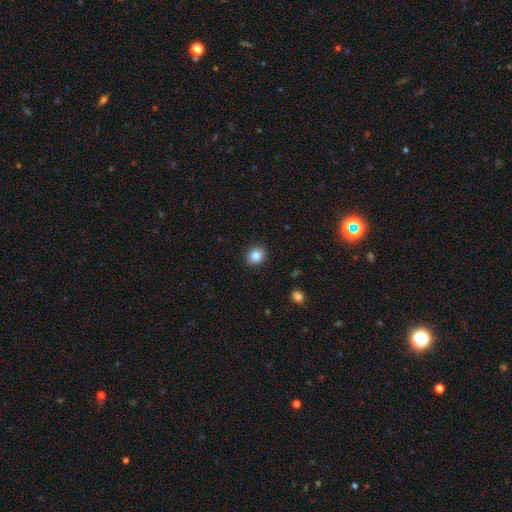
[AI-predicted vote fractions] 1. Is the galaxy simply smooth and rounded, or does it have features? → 84% smooth, 10% star or artifact, 5% featured or disk.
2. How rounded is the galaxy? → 78% round, 21% in between, 1% cigar-shaped.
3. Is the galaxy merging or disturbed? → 91% none, 6% minor disturbance, 2% major disturbance, 1% merger.